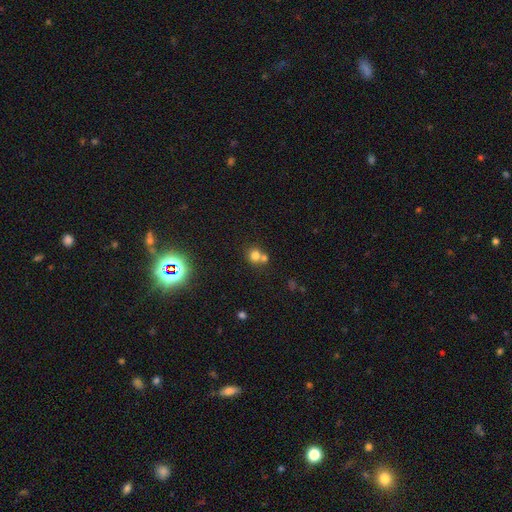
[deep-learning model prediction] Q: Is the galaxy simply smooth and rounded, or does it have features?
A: smooth — 75%.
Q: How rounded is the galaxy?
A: round — 83%.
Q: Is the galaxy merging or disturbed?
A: merger — 47%.